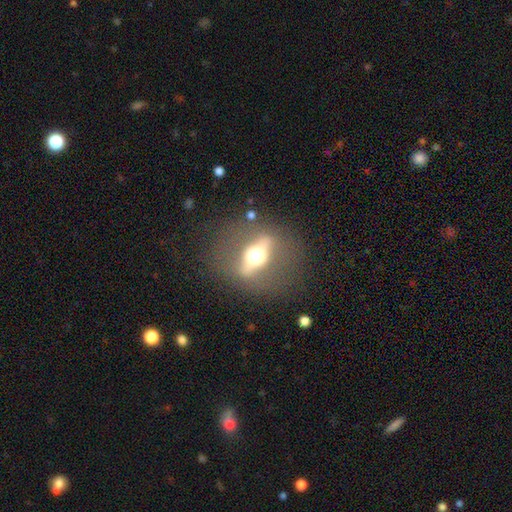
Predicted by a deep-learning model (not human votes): This appears to be a featured or disk galaxy (70%) viewed edge-on (60%). Merging: none (78%).